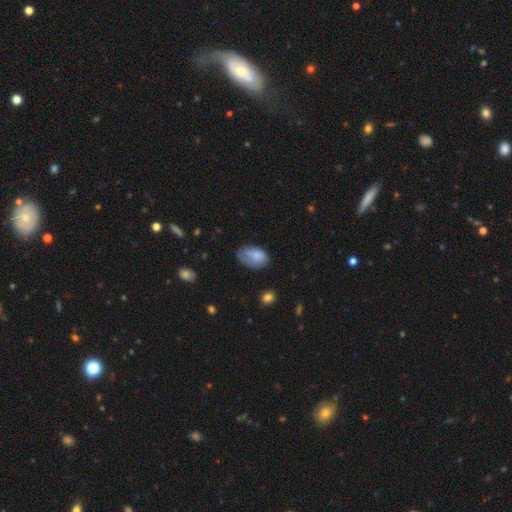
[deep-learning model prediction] A smooth galaxy with no disk features (78%) that is in between round and cigar-shaped (91%).

Vote fractions:
- Smooth or featured? smooth: 78% / featured or disk: 14% / star or artifact: 8%
- How rounded? in between: 91% / round: 8% / cigar-shaped: 1%
- Merging? none: 49% / minor disturbance: 34% / major disturbance: 15% / merger: 2%